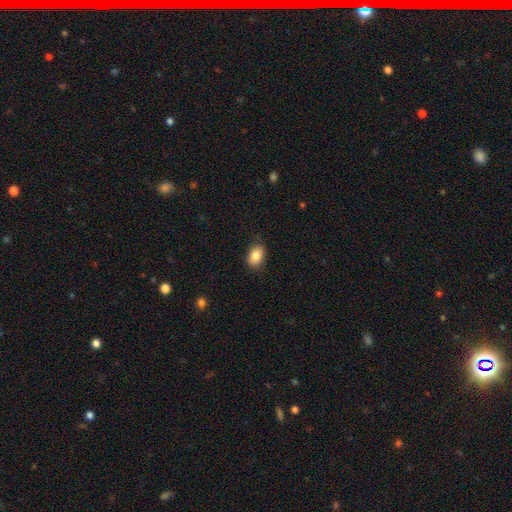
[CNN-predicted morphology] smooth_or_featured: smooth (p=0.84) [alt: star or artifact p=0.08]
how_rounded: in between (p=0.81) [alt: round p=0.18]
merging: none (p=0.82) [alt: minor disturbance p=0.14]